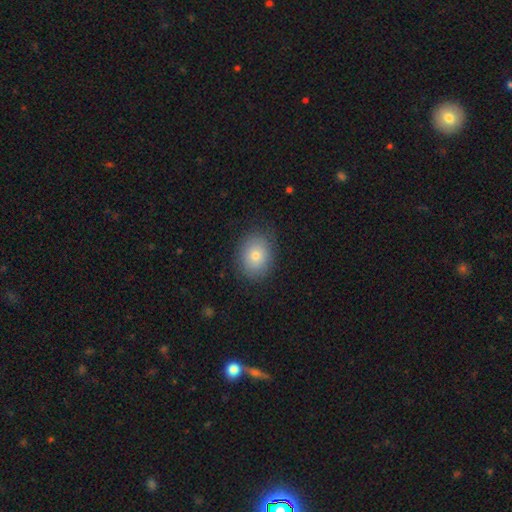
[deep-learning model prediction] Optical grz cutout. It shows a smooth galaxy with no disk features (78%) that is in between round and cigar-shaped (58%). Merging: none (82%).